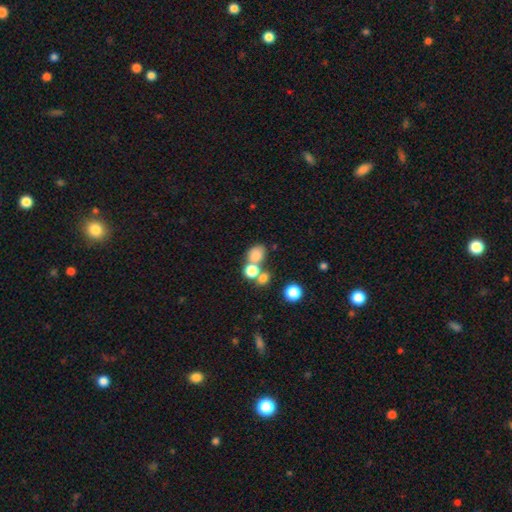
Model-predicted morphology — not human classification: The model was most divided on "merging": none: 46%, merger: 37%, minor disturbance: 10%, major disturbance: 6%. More confident: smooth or featured — smooth (76%); how rounded — round (55%).